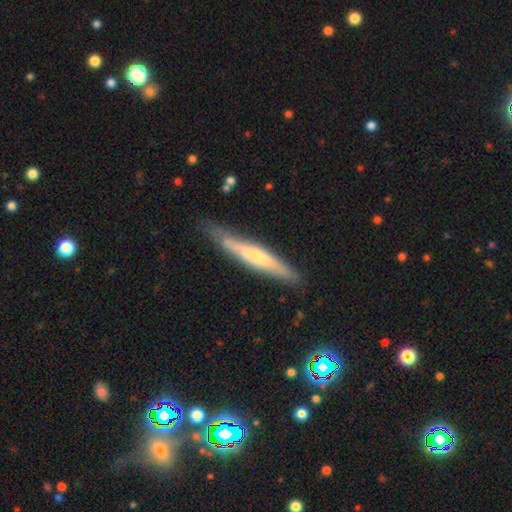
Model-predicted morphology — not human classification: smooth_or_featured: featured or disk (p=0.52) [alt: smooth p=0.39]
disk_edge_on: yes (p=0.90) [alt: no p=0.10]
merging: none (p=0.80) [alt: minor disturbance p=0.16]